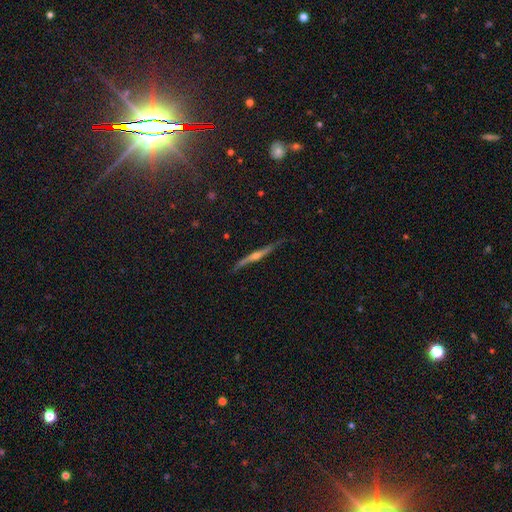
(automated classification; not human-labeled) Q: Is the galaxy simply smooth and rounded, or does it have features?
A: featured or disk — 78%.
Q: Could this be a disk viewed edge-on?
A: yes — 97%.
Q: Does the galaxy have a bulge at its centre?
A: rounded — 84%.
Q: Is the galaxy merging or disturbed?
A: none — 81%.